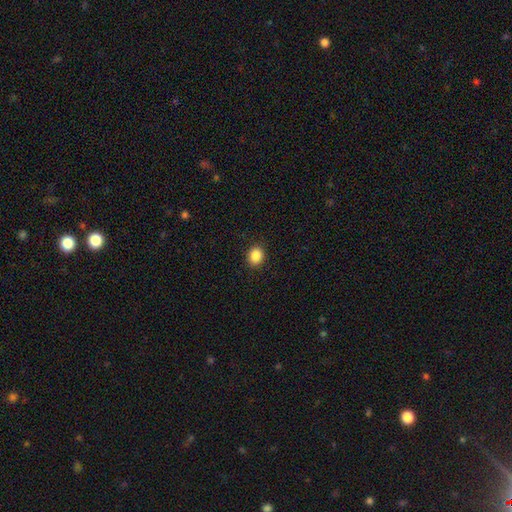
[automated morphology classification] smooth 88%, star or artifact 9%, featured or disk 3%. Down the decision tree: how rounded — round (62%); merging — none (90%).